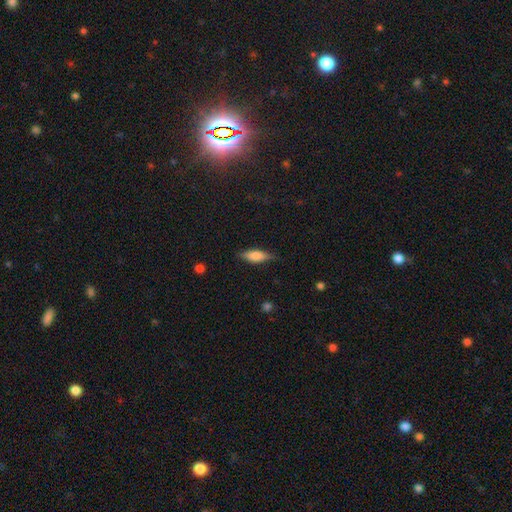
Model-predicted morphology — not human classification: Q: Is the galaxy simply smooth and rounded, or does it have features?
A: smooth — 68%.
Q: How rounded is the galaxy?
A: in between — 55%.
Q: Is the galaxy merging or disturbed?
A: none — 80%.